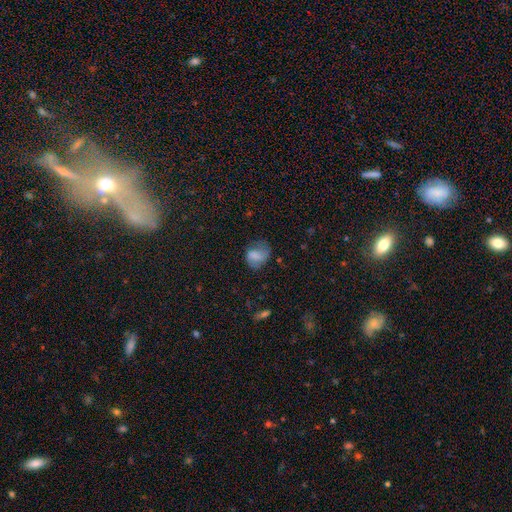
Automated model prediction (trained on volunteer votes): This is likely a smooth galaxy (66%). How rounded: possibly in between (56%). Merging: marginally none (44%).